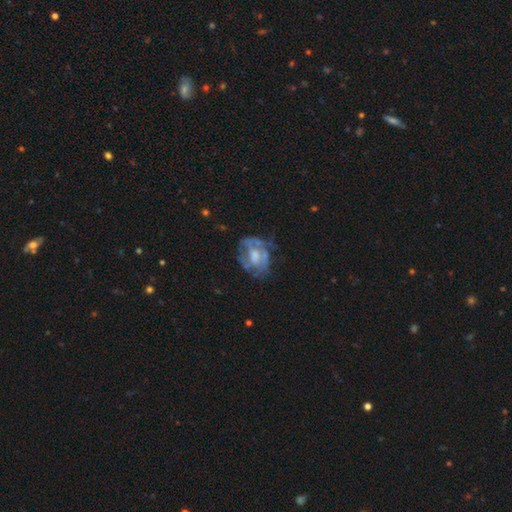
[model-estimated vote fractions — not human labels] A featured or disk galaxy (68%) with no bar (64%), no spiral arms (53%) and a moderate central bulge (47%). Merging: none (50%).